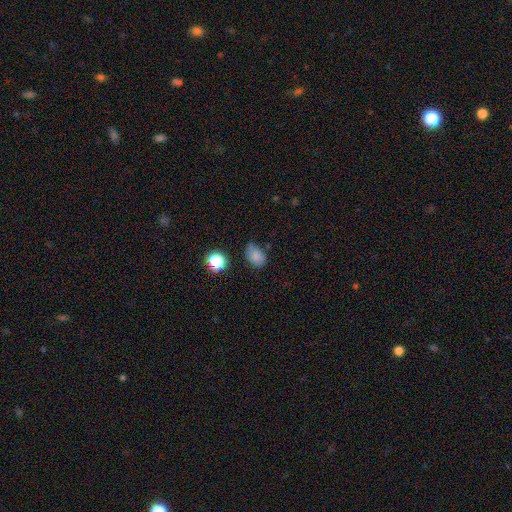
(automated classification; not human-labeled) A smooth galaxy with no disk features (79%) that is in between round and cigar-shaped (73%). Merging: none (57%).